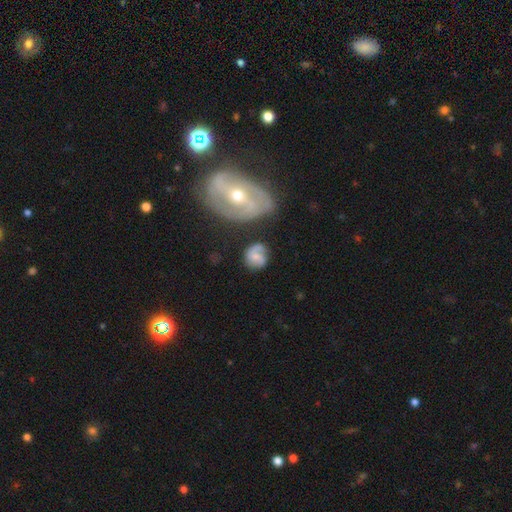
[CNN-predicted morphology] Q: Smooth or featured?
A: featured or disk (49%); runner-up: smooth (42%)
Q: Merging?
A: none (57%); runner-up: minor disturbance (23%)